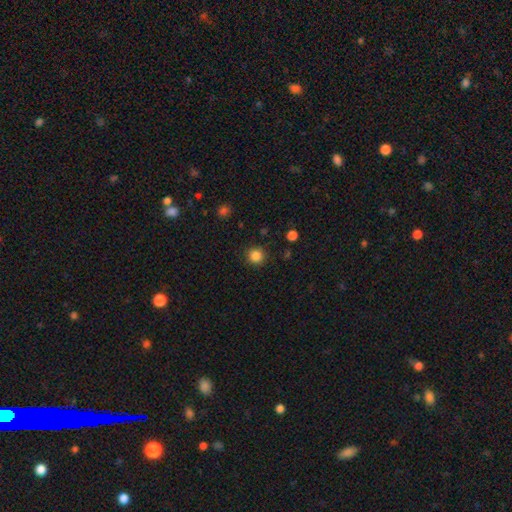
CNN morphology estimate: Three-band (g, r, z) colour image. It shows a smooth galaxy with no disk features (85%) that is round (94%). Merging: none (90%).